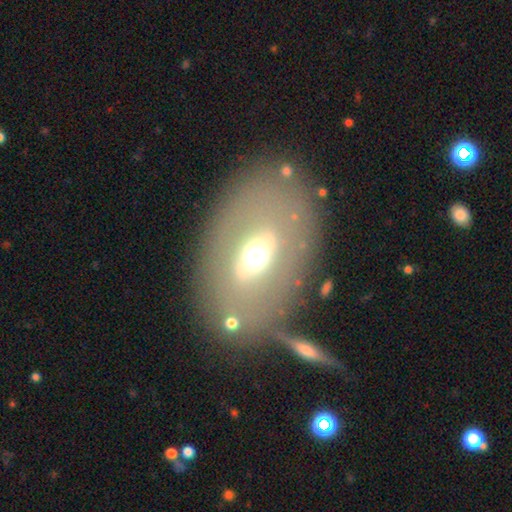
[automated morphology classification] featured or disk 47%, smooth 44%, star or artifact 9%. Down the decision tree: merging — none (75%).